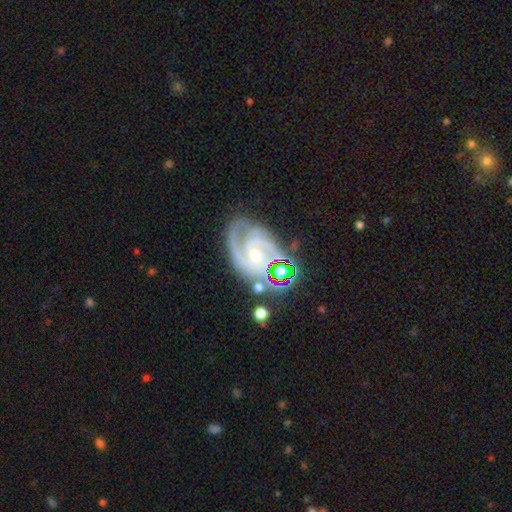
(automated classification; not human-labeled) Smooth or featured? featured or disk (88%)
Edge-on disk? no (97%)
Bar? no (57%)
Spiral arms? yes (98%)
Spiral winding? tight (57%)
Spiral arm count? 2 (53%)
Bulge size? small (62%)
Merging? none (65%)